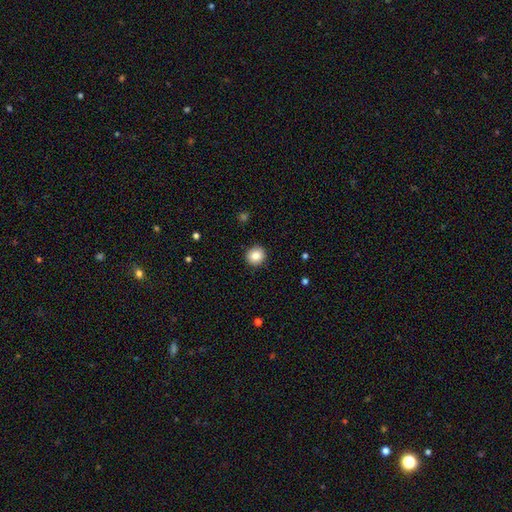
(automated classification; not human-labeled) Q: Smooth or featured?
A: smooth (85%); runner-up: star or artifact (9%)
Q: How rounded?
A: round (92%); runner-up: in between (7%)
Q: Merging?
A: none (91%); runner-up: minor disturbance (6%)